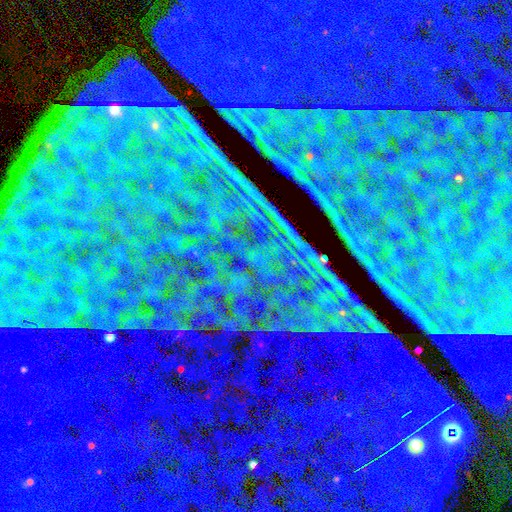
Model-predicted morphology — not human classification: Smooth or featured: star or artifact — 87% (featured or disk — 7%)